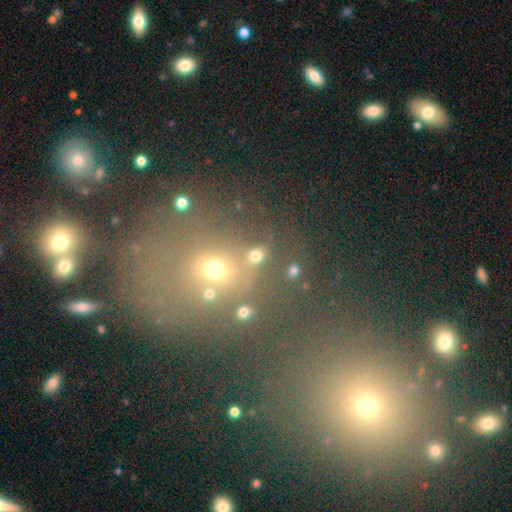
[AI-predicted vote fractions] Smooth or featured? Predicted: smooth (p=0.69). How rounded? Predicted: round (p=0.65). Merging? Predicted: none (p=0.63).